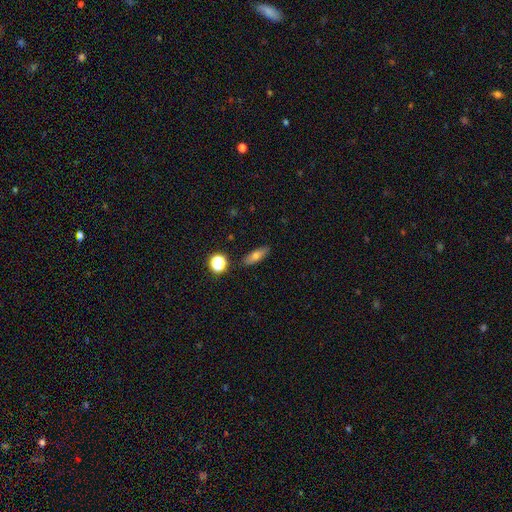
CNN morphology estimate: This appears to be a smooth galaxy with no disk features (71%) that is in between round and cigar-shaped (61%). Merging: none (87%).